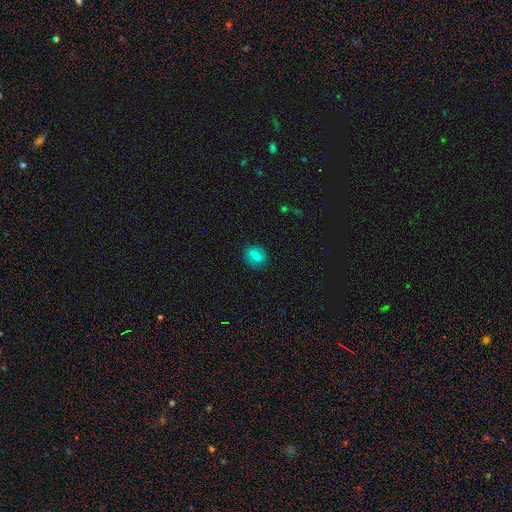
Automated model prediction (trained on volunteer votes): smooth_or_featured: smooth (p=0.58) [alt: featured or disk p=0.31]
how_rounded: in between (p=0.48) [alt: round p=0.47]
merging: none (p=0.84) [alt: minor disturbance p=0.11]